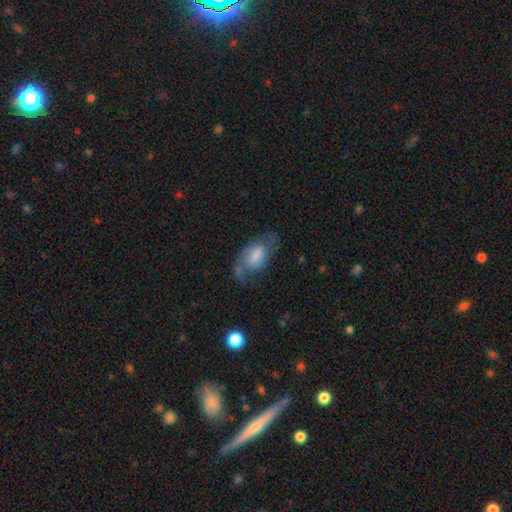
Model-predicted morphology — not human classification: Smooth or featured: smooth — 51% (featured or disk — 41%)
How rounded: in between — 90% (round — 7%)
Merging: none — 42% (minor disturbance — 28%)